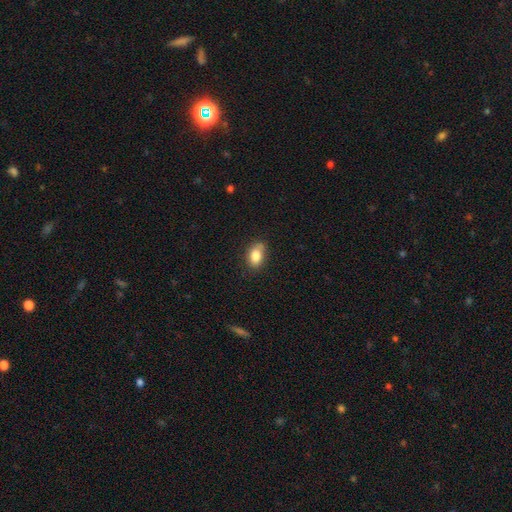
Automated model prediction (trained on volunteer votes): A smooth galaxy with no disk features (83%) that is in between round and cigar-shaped (84%). Merging: none (65%).